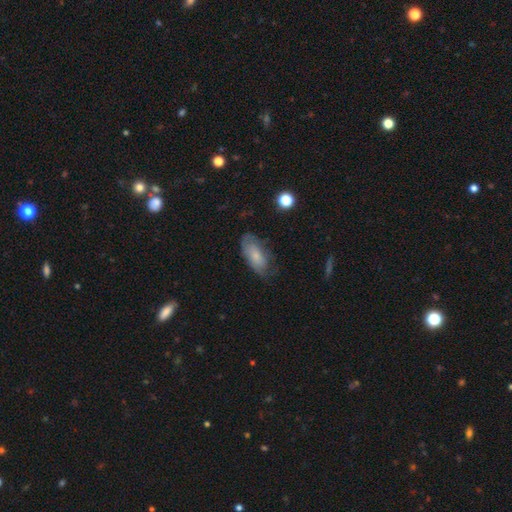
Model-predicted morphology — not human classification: This appears to be a smooth galaxy with no disk features (64%) that is in between round and cigar-shaped (88%). Merging: none (59%).